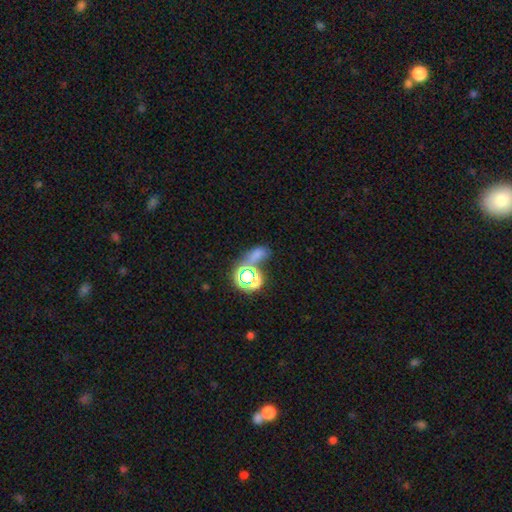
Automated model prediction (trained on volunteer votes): Morphology: type=smooth (51%); roundness=in between (68%); merging=none (37%).